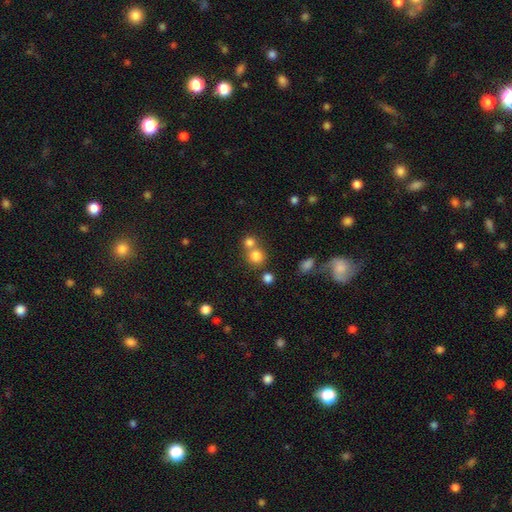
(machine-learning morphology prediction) Smooth or featured: smooth — 78% (star or artifact — 14%)
How rounded: round — 87% (in between — 12%)
Merging: none — 51% (merger — 40%)